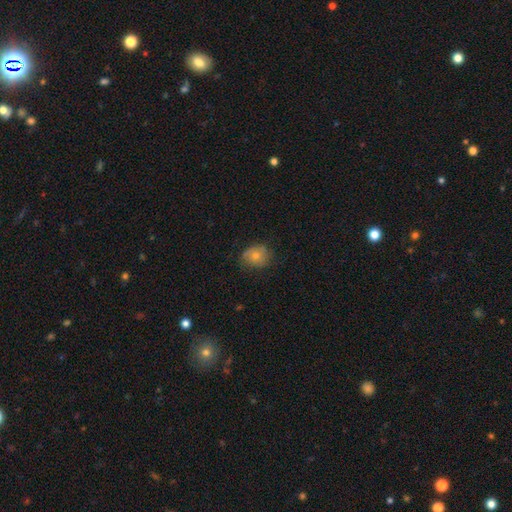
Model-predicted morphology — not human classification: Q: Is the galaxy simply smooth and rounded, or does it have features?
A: smooth — 71%.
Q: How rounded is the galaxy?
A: round — 61%.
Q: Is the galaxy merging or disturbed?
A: none — 66%.